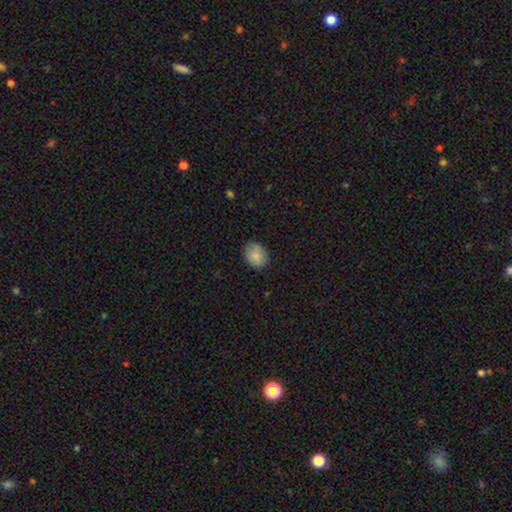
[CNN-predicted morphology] This is clearly a smooth galaxy (85%). How rounded: possibly in between (59%). Merging: clearly none (81%).